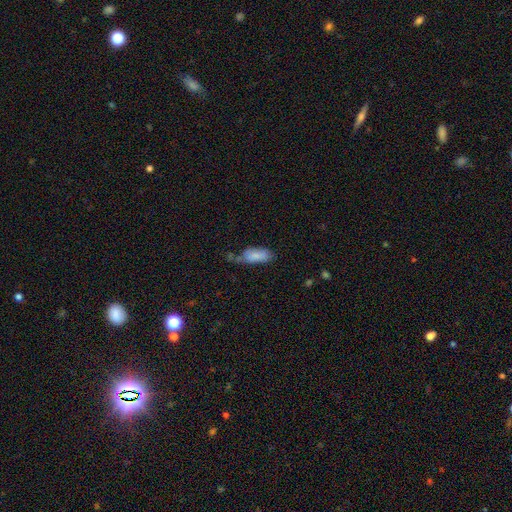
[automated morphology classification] Smooth or featured?
  - smooth: 82% *
  - featured or disk: 11%
  - star or artifact: 7%
How rounded?
  - in between: 85% *
  - cigar-shaped: 13%
  - round: 2%
Merging?
  - none: 45% *
  - minor disturbance: 33%
  - major disturbance: 12%
  - merger: 11%